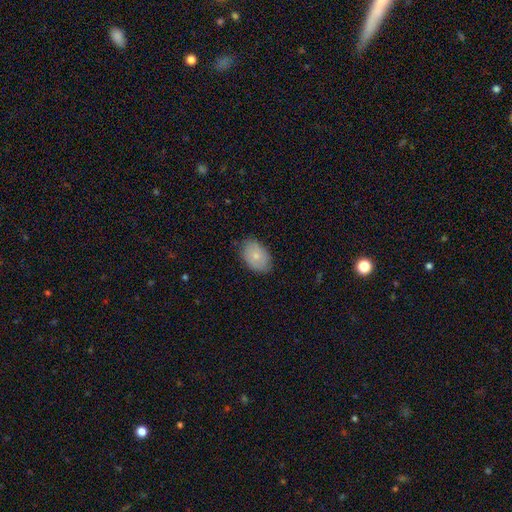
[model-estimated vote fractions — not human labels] Smooth or featured? Predicted: smooth (p=0.75). How rounded? Predicted: in between (p=0.87). Merging? Predicted: none (p=0.80).